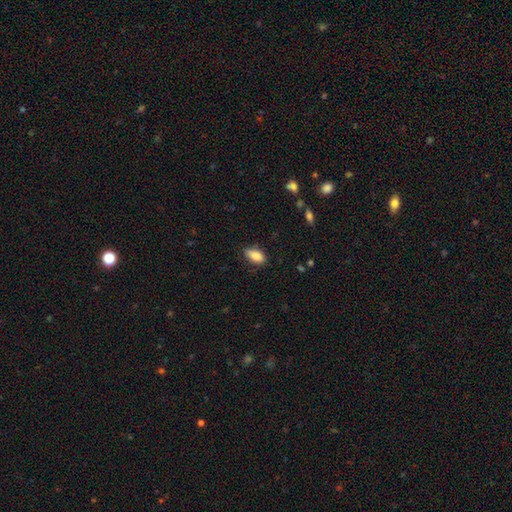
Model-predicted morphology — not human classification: Overall: smooth (88%). How rounded: in between (89%). Merging: none (77%).